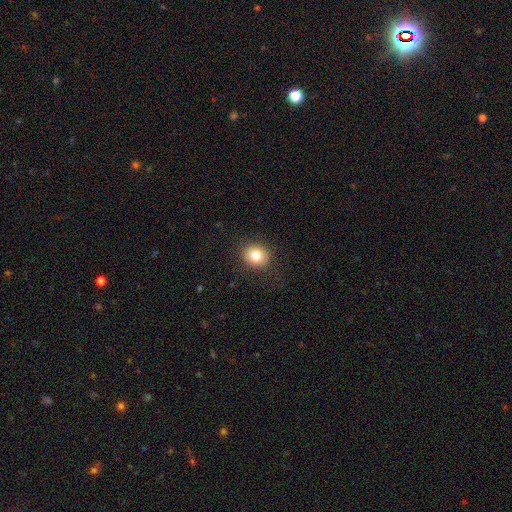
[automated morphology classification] Overall: smooth (82%). How rounded: round (75%). Merging: none (88%).